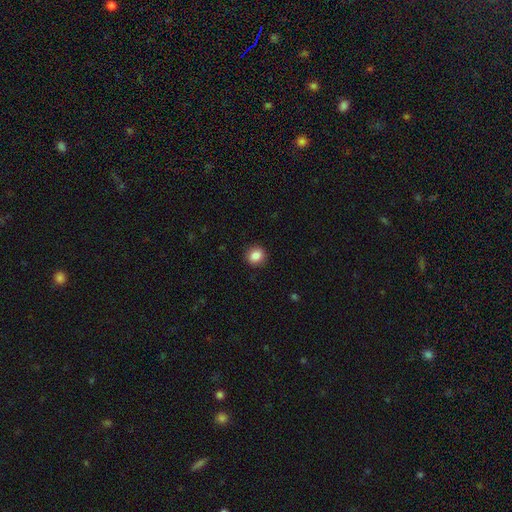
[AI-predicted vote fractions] Q: Smooth or featured?
A: smooth (87%); runner-up: star or artifact (9%)
Q: How rounded?
A: round (83%); runner-up: in between (16%)
Q: Merging?
A: none (90%); runner-up: minor disturbance (7%)